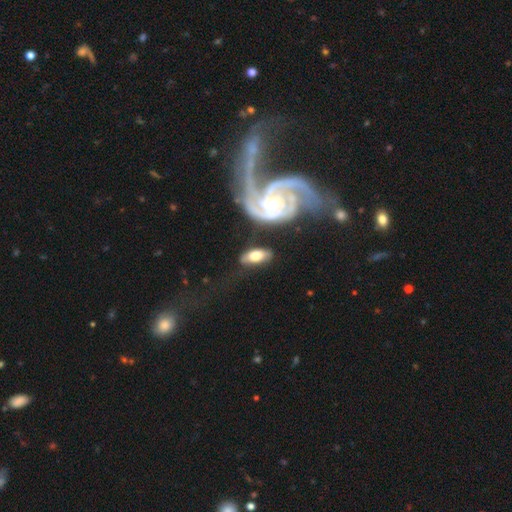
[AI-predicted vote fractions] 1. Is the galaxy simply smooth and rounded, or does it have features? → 53% smooth, 40% featured or disk, 7% star or artifact.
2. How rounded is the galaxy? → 86% in between, 9% cigar-shaped, 5% round.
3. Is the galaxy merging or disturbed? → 66% none, 19% minor disturbance, 8% major disturbance, 8% merger.